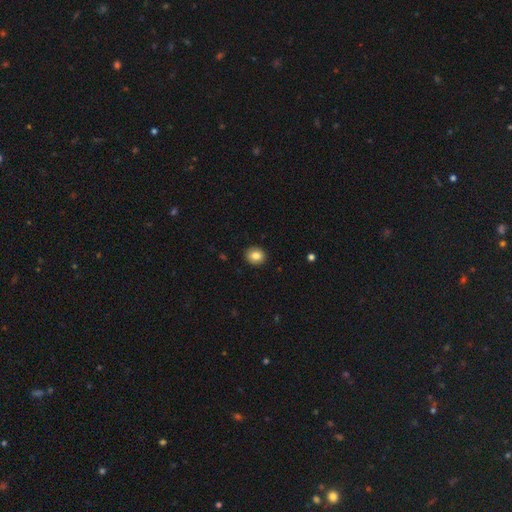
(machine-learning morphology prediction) Smooth or featured?
  - smooth: 84% *
  - star or artifact: 9%
  - featured or disk: 7%
How rounded?
  - round: 71% *
  - in between: 28%
  - cigar-shaped: 1%
Merging?
  - none: 91% *
  - minor disturbance: 6%
  - major disturbance: 2%
  - merger: 1%